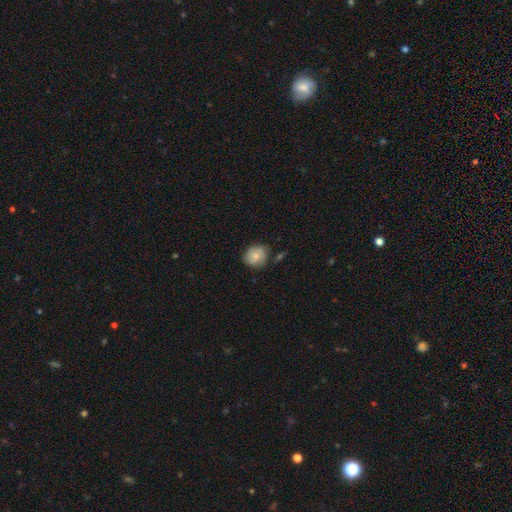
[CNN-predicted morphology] Smooth or featured?
  - smooth: 63% *
  - featured or disk: 30%
  - star or artifact: 8%
How rounded?
  - round: 76% *
  - in between: 23%
  - cigar-shaped: 1%
Merging?
  - none: 69% *
  - minor disturbance: 21%
  - major disturbance: 5%
  - merger: 5%